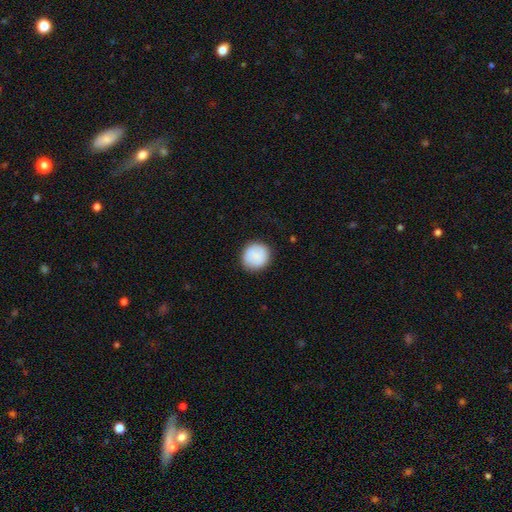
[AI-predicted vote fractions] A smooth galaxy with no disk features (80%) that is round (92%). Merging: none (88%).